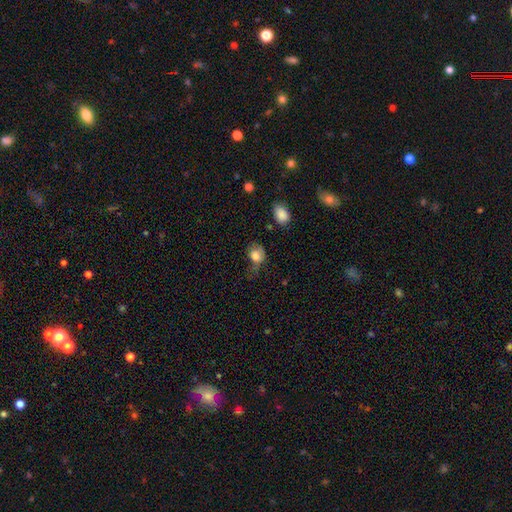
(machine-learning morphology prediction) This appears to be a smooth galaxy with no disk features (80%) that is round (55%). Merging: minor disturbance (32%, tied with none).